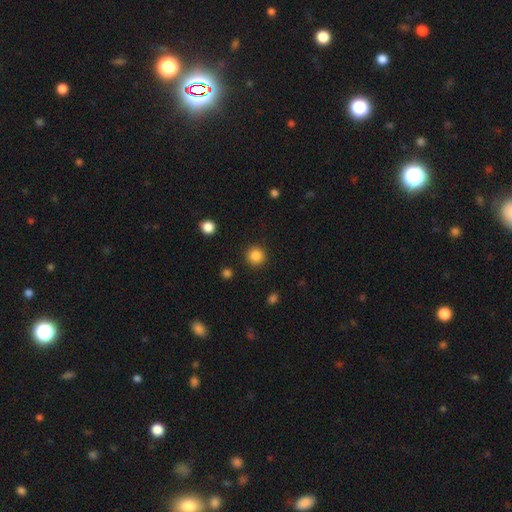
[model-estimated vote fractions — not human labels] Smooth or featured?
  - smooth: 86% *
  - star or artifact: 11%
  - featured or disk: 3%
How rounded?
  - round: 95% *
  - in between: 4%
  - cigar-shaped: 1%
Merging?
  - none: 90% *
  - minor disturbance: 6%
  - major disturbance: 2%
  - merger: 1%